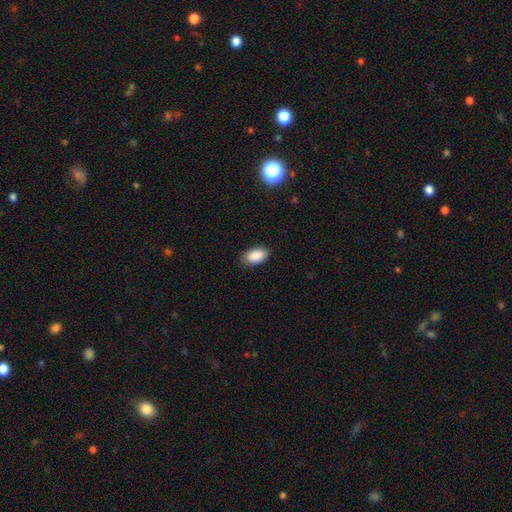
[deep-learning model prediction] Overall: smooth (89%). How rounded: in between (94%). Merging: none (85%).